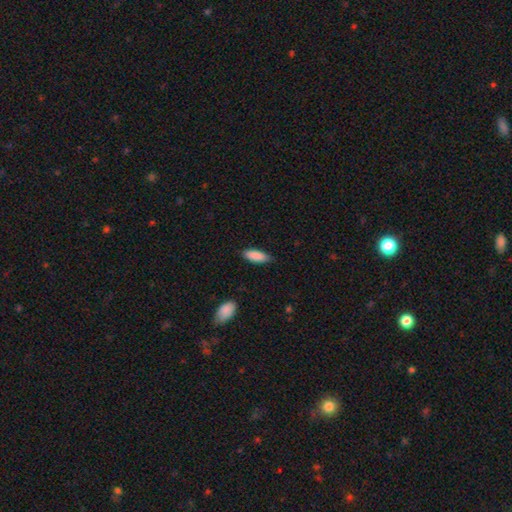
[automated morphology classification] Smooth or featured?
  - smooth: 88% *
  - featured or disk: 7%
  - star or artifact: 6%
How rounded?
  - in between: 71% *
  - cigar-shaped: 27%
  - round: 2%
Merging?
  - none: 79% *
  - minor disturbance: 17%
  - major disturbance: 3%
  - merger: 1%